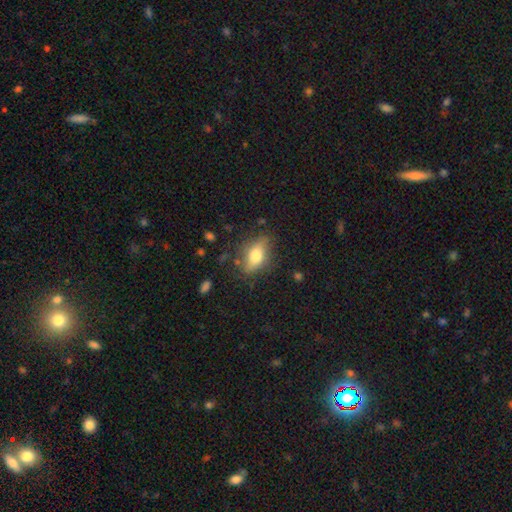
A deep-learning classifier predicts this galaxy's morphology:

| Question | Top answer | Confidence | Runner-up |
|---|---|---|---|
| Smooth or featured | smooth | 66% | featured or disk (26%) |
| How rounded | in between | 77% | cigar-shaped (12%) |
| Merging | none | 73% | minor disturbance (19%) |